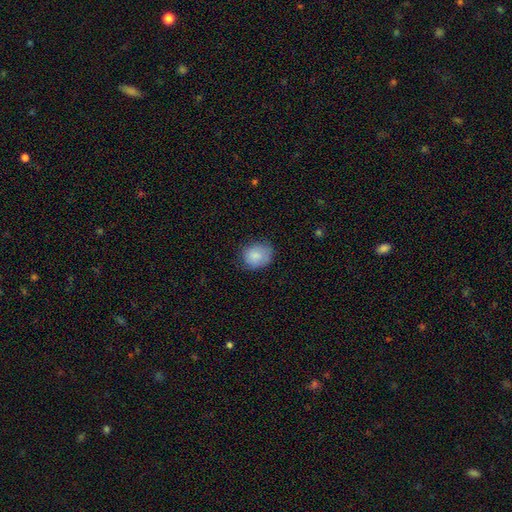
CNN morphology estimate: This appears to be a smooth galaxy with no disk features (84%) that is round (63%). Merging: none (67%).